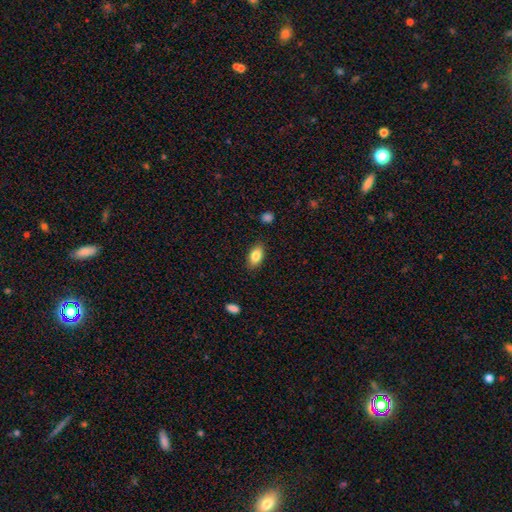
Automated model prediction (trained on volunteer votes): smooth_or_featured: smooth (p=0.84) [alt: featured or disk p=0.08]
how_rounded: in between (p=0.92) [alt: round p=0.06]
merging: none (p=0.86) [alt: minor disturbance p=0.10]